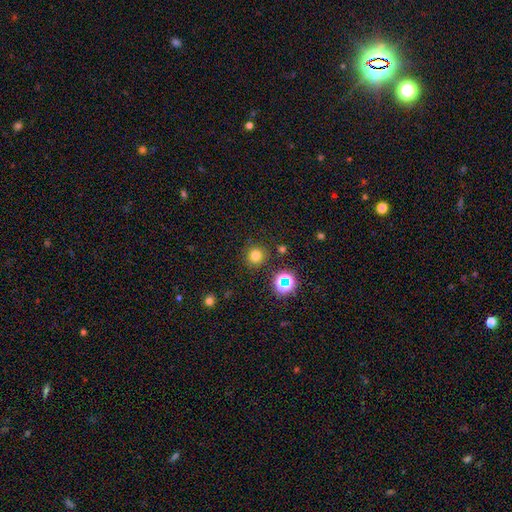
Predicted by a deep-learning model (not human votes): The model was most divided on "smooth or featured": smooth: 74%, star or artifact: 20%, featured or disk: 6%. More confident: how rounded — round (94%); merging — none (87%).